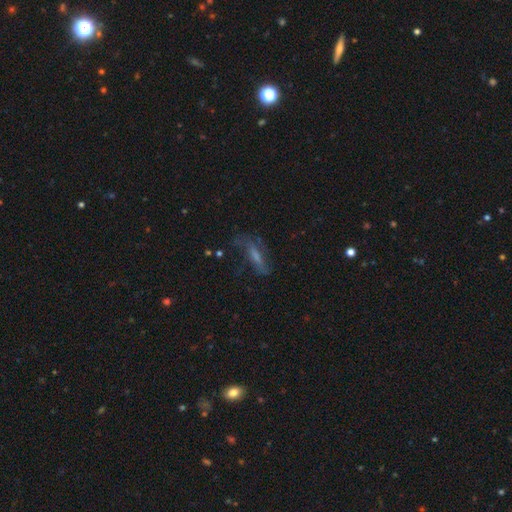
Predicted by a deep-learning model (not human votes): Overall: featured or disk (47%; smooth 39%). Merging: none (55%; minor disturbance 23%).